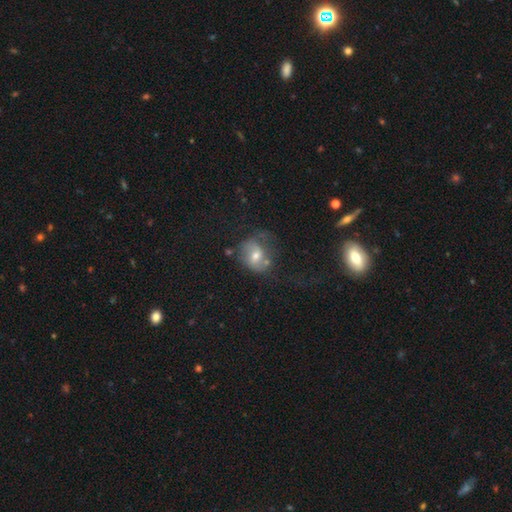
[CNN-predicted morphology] smooth-or-featured: featured or disk: 47% | smooth: 40% | star or artifact: 13%
  merging: none: 43% | minor disturbance: 24% | major disturbance: 23% | merger: 10%